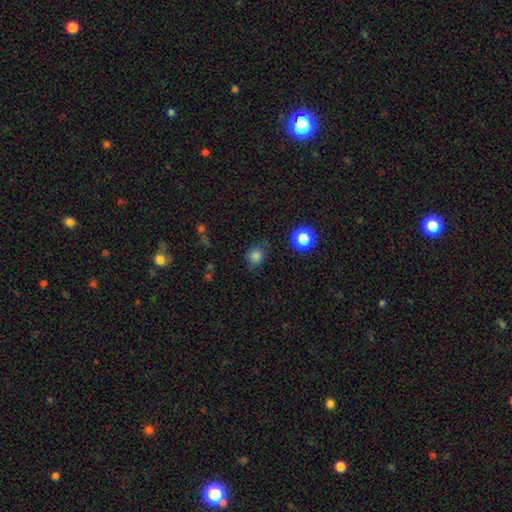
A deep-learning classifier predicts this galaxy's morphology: Overall: smooth (80%). How rounded: round (69%; in between 30%). Merging: none (73%).